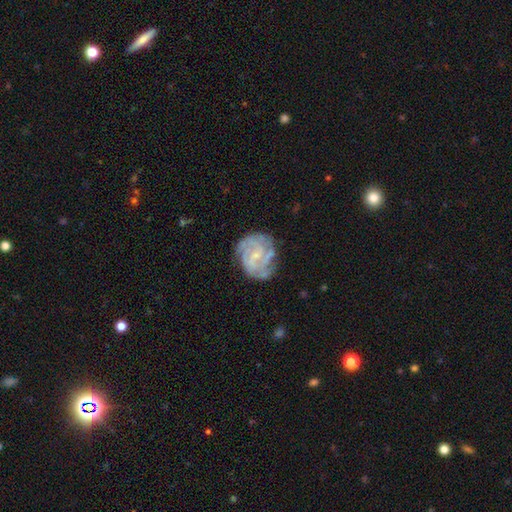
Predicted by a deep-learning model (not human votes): Q: Smooth or featured?
A: featured or disk (81%); runner-up: smooth (12%)
Q: Edge-on disk?
A: no (98%); runner-up: yes (2%)
Q: Bar?
A: weak (48%); runner-up: no (42%)
Q: Spiral arms?
A: yes (92%); runner-up: no (8%)
Q: Spiral winding?
A: tight (54%); runner-up: medium (37%)
Q: Spiral arm count?
A: can't tell (29%); runner-up: 3 (25%)
Q: Bulge size?
A: small (67%); runner-up: moderate (18%)
Q: Merging?
A: none (68%); runner-up: minor disturbance (21%)